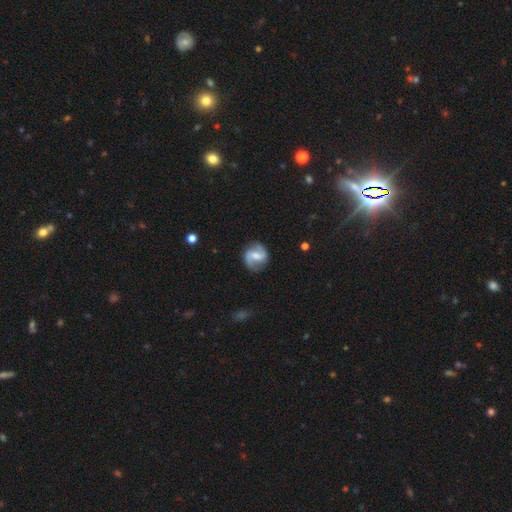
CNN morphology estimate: This appears to be a featured or disk galaxy (79%) with a weak bar (47%), 2 (91%) medium (45%) spiral arms (93%) and a moderate central bulge (46%). Merging: none (82%).